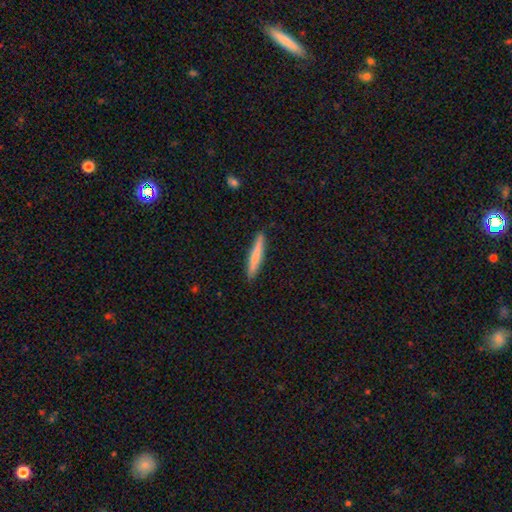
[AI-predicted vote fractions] This is likely a smooth galaxy (73%). How rounded: clearly cigar-shaped (94%). Merging: clearly none (89%).